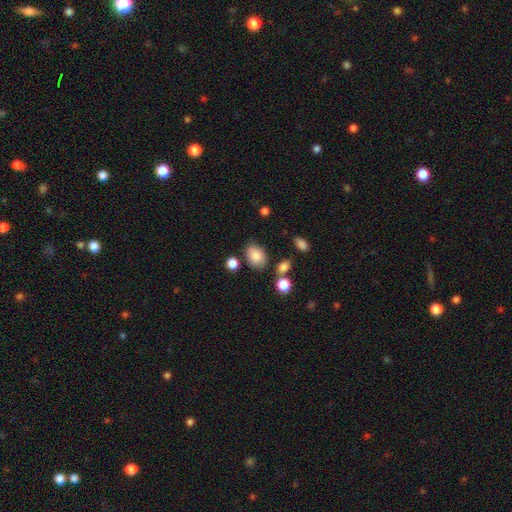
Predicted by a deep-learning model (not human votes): This is clearly a smooth galaxy (83%). How rounded: likely in between (78%). Merging: likely none (74%).